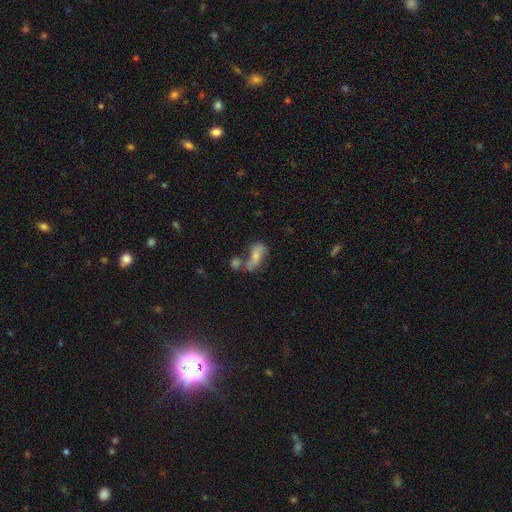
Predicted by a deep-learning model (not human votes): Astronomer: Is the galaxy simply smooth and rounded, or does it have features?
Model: smooth — 51% (runner-up: featured or disk, 39%).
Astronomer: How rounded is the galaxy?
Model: in between — 77%.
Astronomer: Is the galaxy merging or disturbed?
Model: merger — 37% (runner-up: none, 35%).